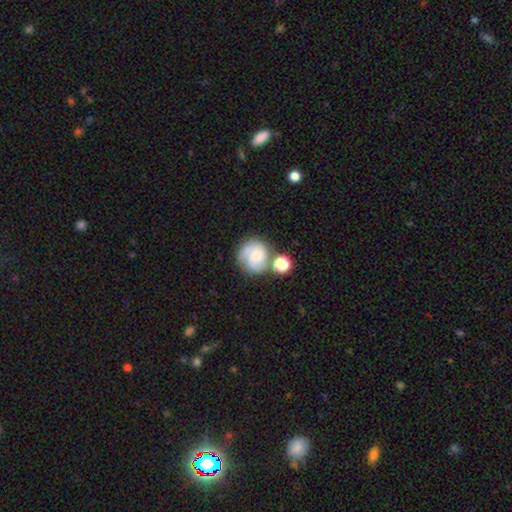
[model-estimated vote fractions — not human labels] This appears to be a featured or disk galaxy (58%) with no bar (67%), 2 (47%) tight (44%) spiral arms (88%) and a small central bulge (51%). Merging: none (52%).